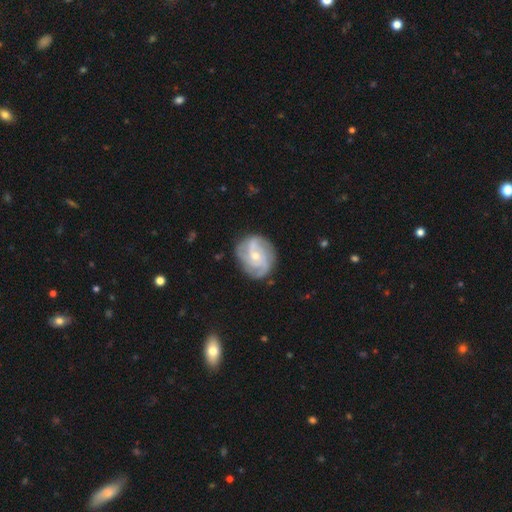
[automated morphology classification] A featured or disk galaxy (85%) with no bar (63%), 3 (48%) medium (44%) spiral arms (97%) and a small central bulge (53%).

Vote fractions:
- Smooth or featured? featured or disk: 85% / smooth: 10% / star or artifact: 5%
- Edge-on disk? no: 98% / yes: 2%
- Bar? no: 63% / weak: 30% / strong: 7%
- Spiral arms? yes: 97% / no: 3%
- Spiral winding? medium: 44% / tight: 41% / loose: 14%
- Spiral arm count? 3: 48% / 2: 15% / 4: 15% / can't tell: 12% / more than 4: 5% / 1: 5%
- Bulge size? small: 53% / moderate: 44% / large: 1% / none: 1% / dominant: 1%
- Merging? none: 78% / minor disturbance: 16% / major disturbance: 5% / merger: 1%